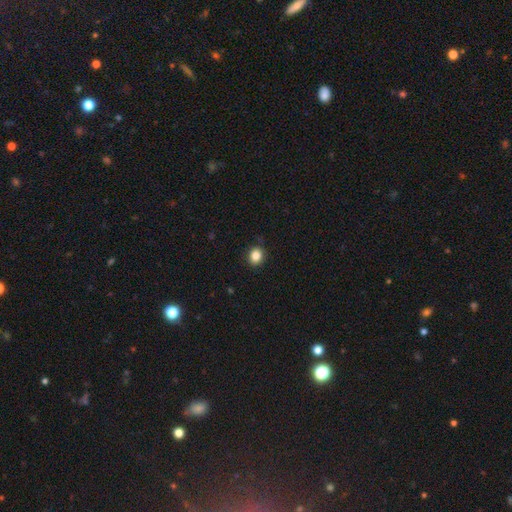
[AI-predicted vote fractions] This is clearly a smooth galaxy (85%). How rounded: likely round (74%). Merging: clearly none (87%).